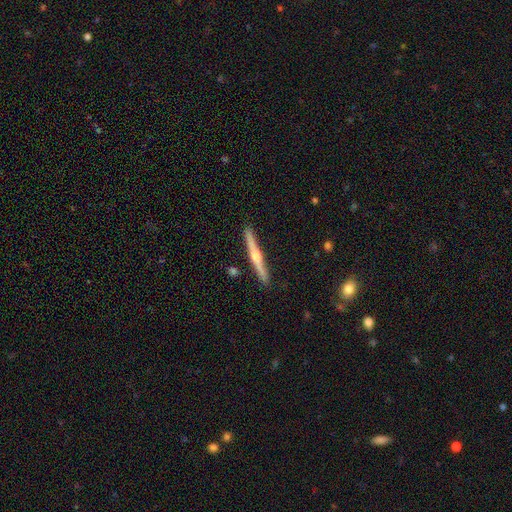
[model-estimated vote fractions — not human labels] The model was most divided on "smooth or featured": featured or disk: 66%, smooth: 28%, star or artifact: 5%. More confident: edge-on disk — yes (98%); merging — none (90%); edge-on bulge — rounded (77%).